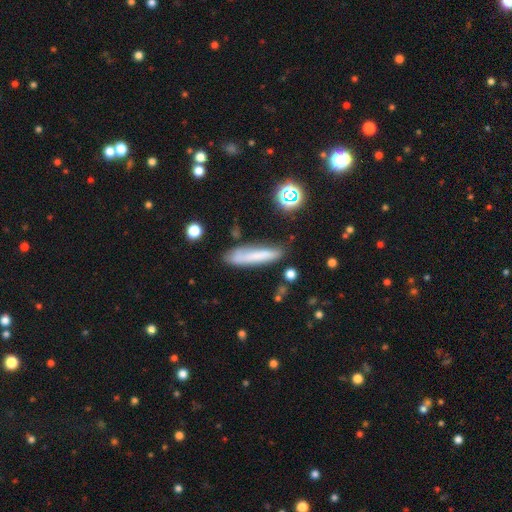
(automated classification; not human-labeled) This is likely a smooth galaxy (66%). How rounded: clearly cigar-shaped (84%). Merging: likely none (67%).